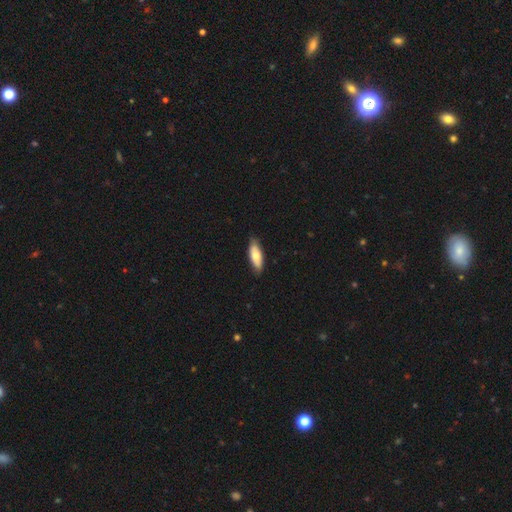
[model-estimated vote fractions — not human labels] The model was most divided on "how rounded": in between: 63%, cigar-shaped: 35%, round: 2%. More confident: merging — none (83%); smooth or featured — smooth (71%).